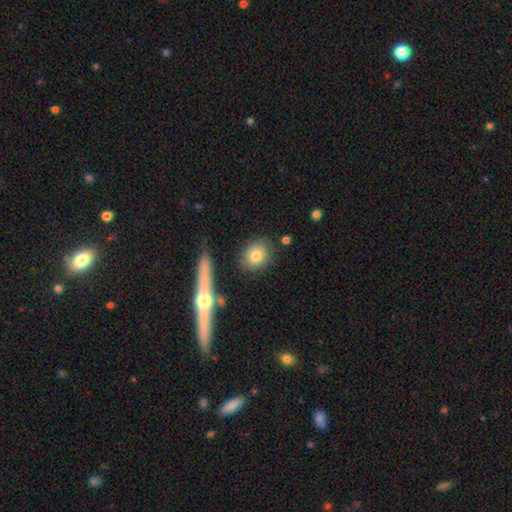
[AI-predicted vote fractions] smooth_or_featured: smooth (p=0.79) [alt: featured or disk p=0.13]
how_rounded: round (p=0.59) [alt: in between p=0.37]
merging: none (p=0.80) [alt: minor disturbance p=0.12]